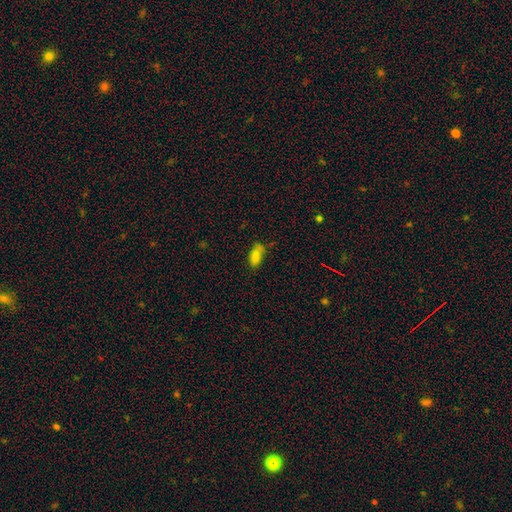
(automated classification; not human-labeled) The model was most divided on "merging": none: 57%, minor disturbance: 27%, merger: 8%, major disturbance: 8%. More confident: how rounded — in between (87%); smooth or featured — smooth (81%).